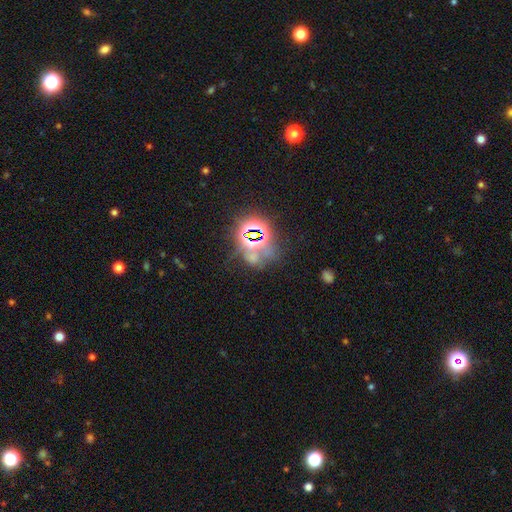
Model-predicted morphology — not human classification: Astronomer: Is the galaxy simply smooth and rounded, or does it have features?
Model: star or artifact — 68%.